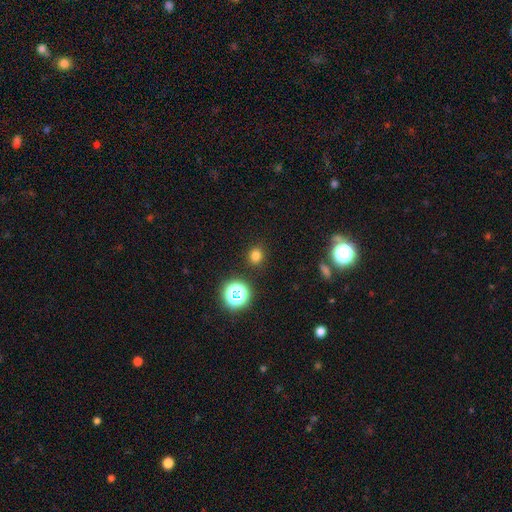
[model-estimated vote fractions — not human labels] A smooth galaxy with no disk features (75%) that is round (82%). Merging: none (89%).